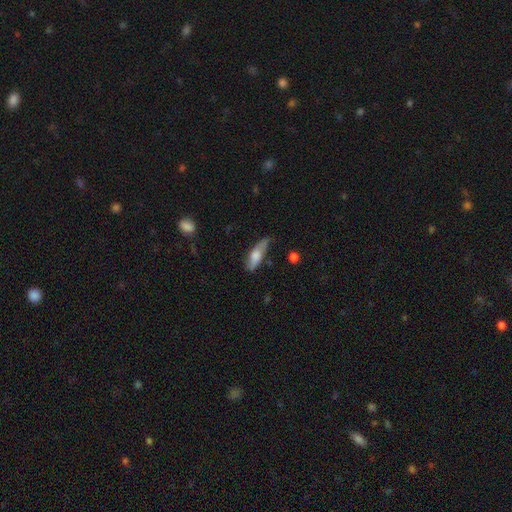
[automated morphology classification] Smooth or featured? Predicted: smooth (p=0.61). How rounded? Predicted: in between (p=0.54). Merging? Predicted: none (p=0.60).